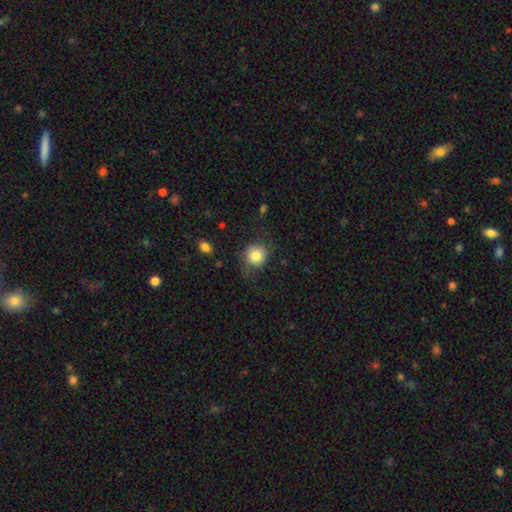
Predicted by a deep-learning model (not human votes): Q: Smooth or featured?
A: smooth (81%); runner-up: featured or disk (11%)
Q: How rounded?
A: round (84%); runner-up: in between (15%)
Q: Merging?
A: none (59%); runner-up: minor disturbance (23%)